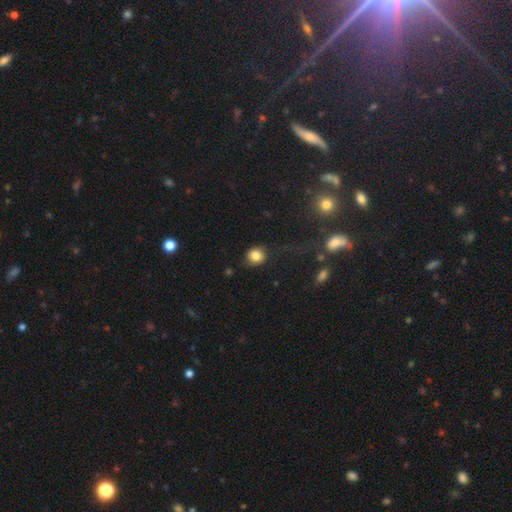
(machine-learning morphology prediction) The model was most divided on "how rounded": round: 79%, in between: 20%, cigar-shaped: 1%. More confident: smooth or featured — smooth (83%); merging — none (77%).